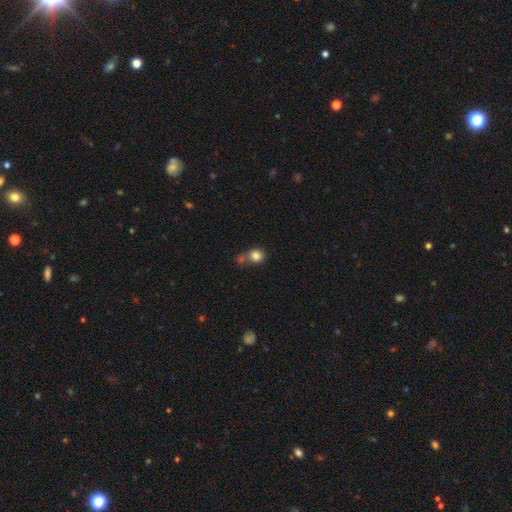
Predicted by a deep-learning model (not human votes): This is clearly a smooth galaxy (83%). How rounded: clearly round (80%). Merging: possibly none (47%).